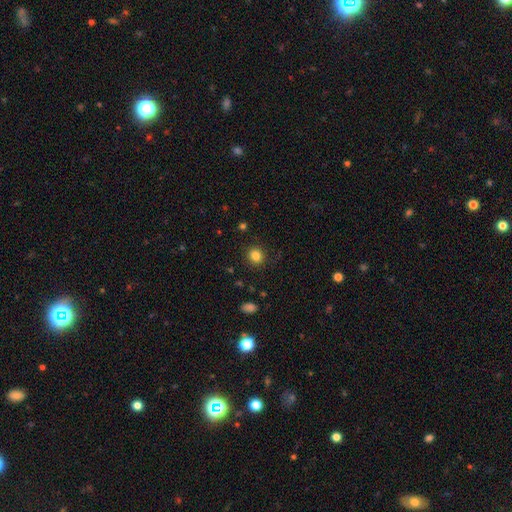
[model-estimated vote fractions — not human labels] This is clearly a smooth galaxy (83%). How rounded: clearly round (88%). Merging: clearly none (89%).